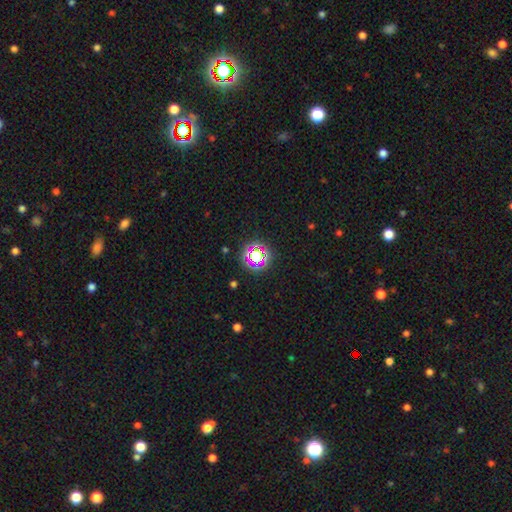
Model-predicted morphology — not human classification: A star or artifact, not a galaxy (64%).